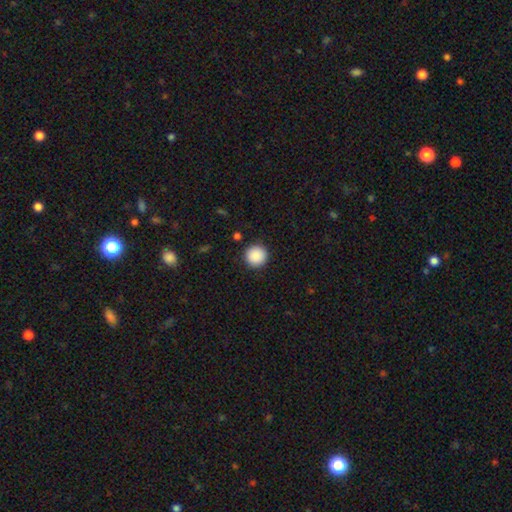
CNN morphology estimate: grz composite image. It shows a smooth galaxy with no disk features (89%) that is round (96%). Merging: none (92%).